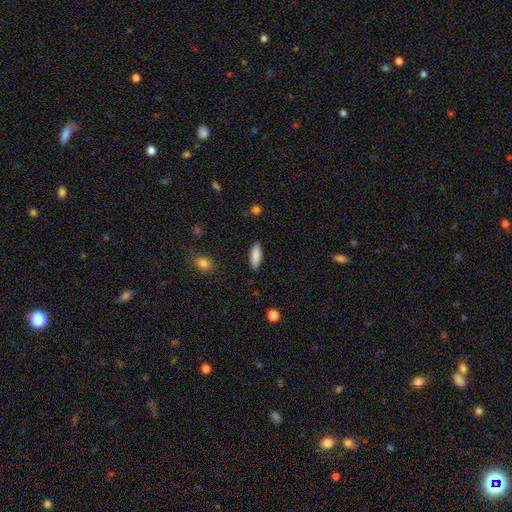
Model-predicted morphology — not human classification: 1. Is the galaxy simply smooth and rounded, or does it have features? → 87% smooth, 7% featured or disk, 6% star or artifact.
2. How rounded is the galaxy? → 61% in between, 37% cigar-shaped, 2% round.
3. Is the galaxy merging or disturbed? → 88% none, 9% minor disturbance, 2% major disturbance, 1% merger.